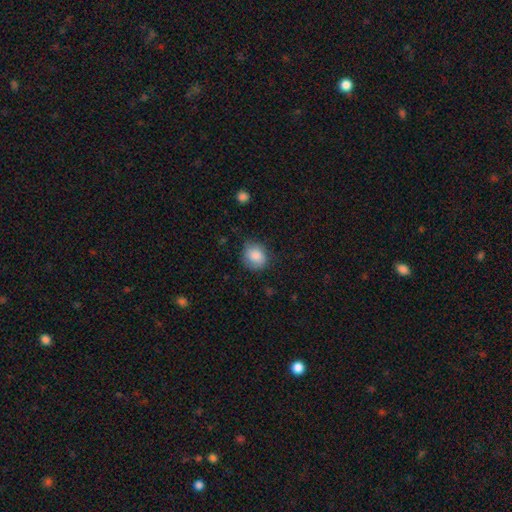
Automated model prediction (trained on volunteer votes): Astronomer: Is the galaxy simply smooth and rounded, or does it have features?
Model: smooth — 84%.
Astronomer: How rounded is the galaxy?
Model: round — 70%.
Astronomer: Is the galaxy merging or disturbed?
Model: none — 70%.